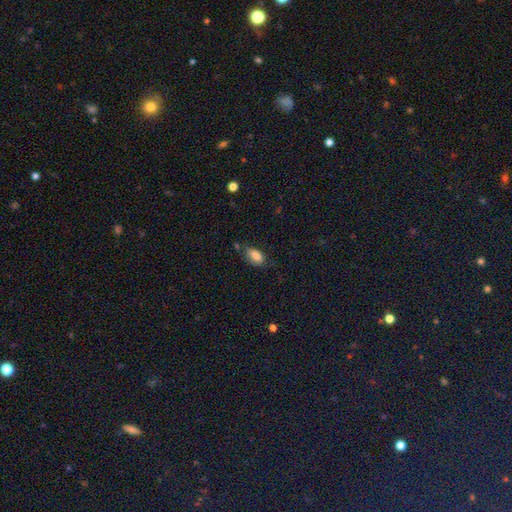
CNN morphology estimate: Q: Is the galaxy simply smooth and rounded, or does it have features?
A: smooth — 85%.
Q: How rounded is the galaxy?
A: in between — 90%.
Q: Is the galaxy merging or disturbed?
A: none — 64%.